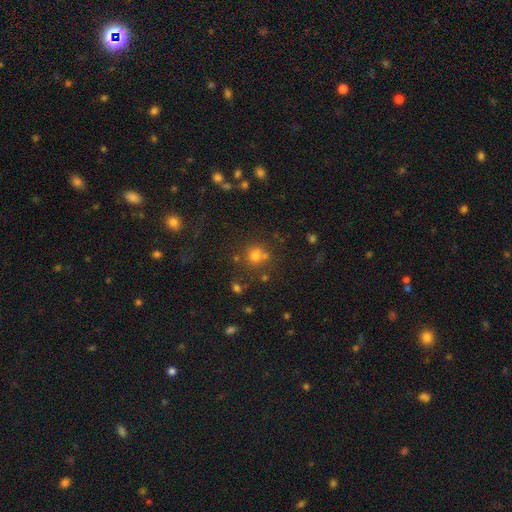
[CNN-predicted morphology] Smooth or featured? Predicted: smooth (p=0.66). How rounded? Predicted: round (p=0.85). Merging? Predicted: none (p=0.60).